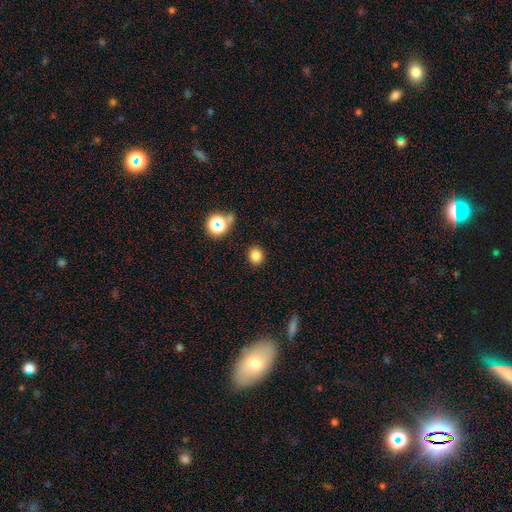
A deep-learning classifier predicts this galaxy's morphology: The model was most divided on "how rounded": round: 80%, in between: 19%, cigar-shaped: 1%. More confident: merging — none (88%); smooth or featured — smooth (82%).